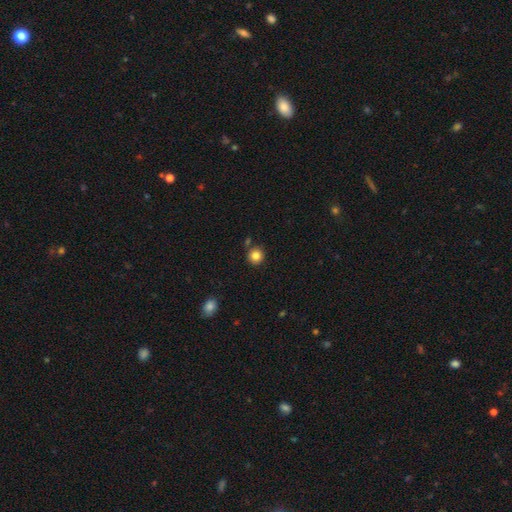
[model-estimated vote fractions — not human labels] Smooth or featured: smooth — 84% (star or artifact — 11%)
How rounded: round — 93% (in between — 6%)
Merging: none — 84% (minor disturbance — 7%)